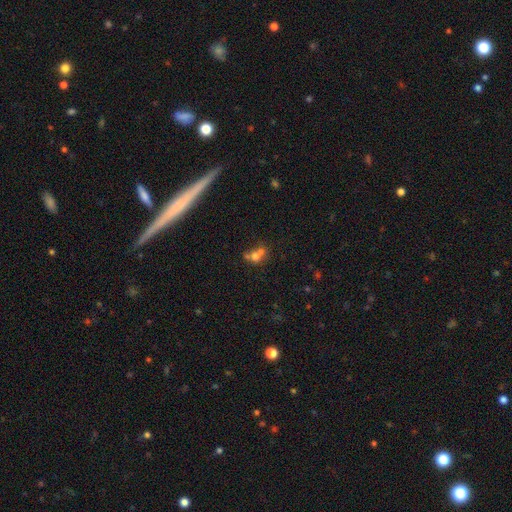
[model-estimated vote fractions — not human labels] This is likely a smooth galaxy (62%). How rounded: likely round (69%). Merging: possibly merger (60%).